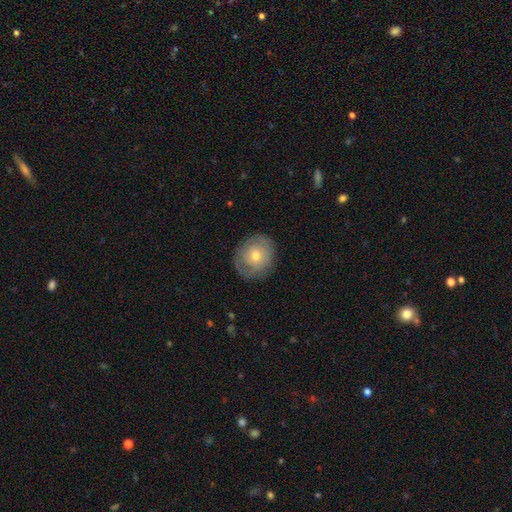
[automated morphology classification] smooth-or-featured: smooth: 54% | featured or disk: 38% | star or artifact: 8%
  how-rounded: round: 82% | in between: 17% | cigar-shaped: 1%
  merging: none: 79% | minor disturbance: 15% | major disturbance: 5% | merger: 1%